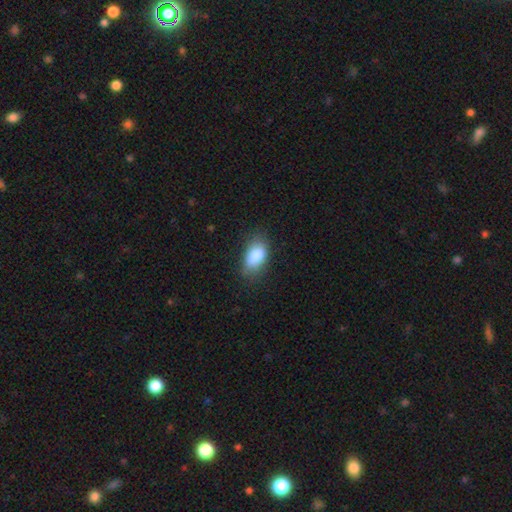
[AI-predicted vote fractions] This appears to be a smooth galaxy with no disk features (86%) that is in between round and cigar-shaped (91%). Merging: none (72%).